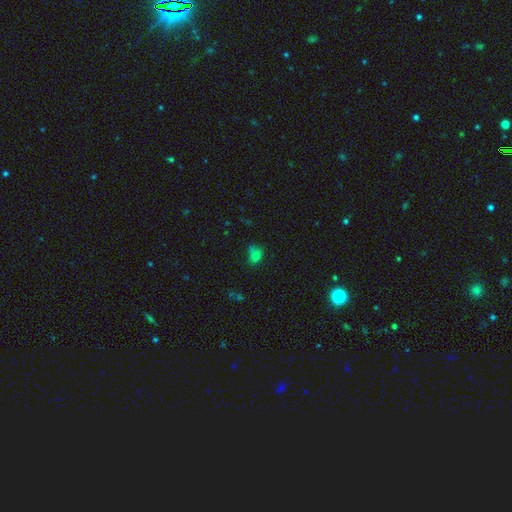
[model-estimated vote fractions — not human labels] smooth 70%, star or artifact 19%, featured or disk 12%. Down the decision tree: how rounded — in between (60%); merging — none (41%).